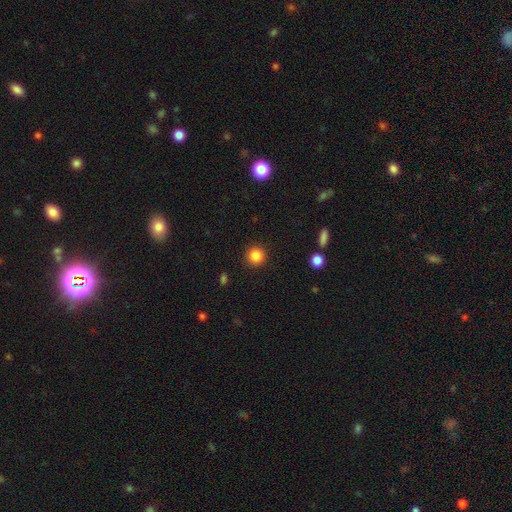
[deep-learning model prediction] Smooth or featured: smooth — 86% (star or artifact — 11%)
How rounded: round — 94% (in between — 5%)
Merging: none — 91% (minor disturbance — 5%)